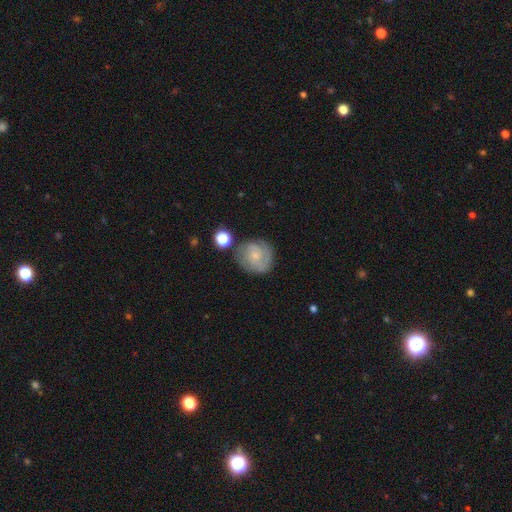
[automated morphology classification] A featured or disk galaxy (71%) with no bar (70%), 2 (43%) tight (63%) spiral arms (92%) and a small central bulge (75%). Merging: none (72%).